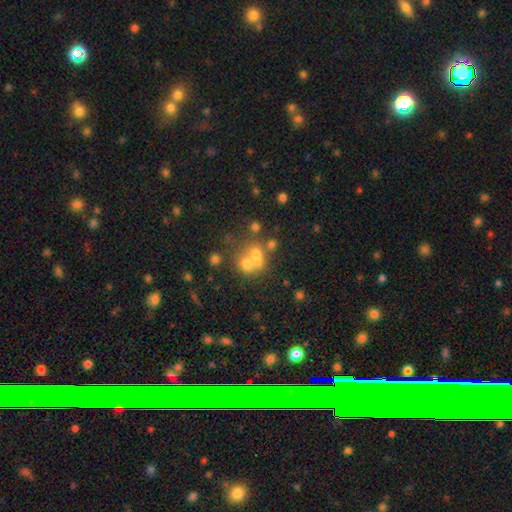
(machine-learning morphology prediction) A smooth galaxy with no disk features (51%) that is round (75%). Merging: merger (51%).